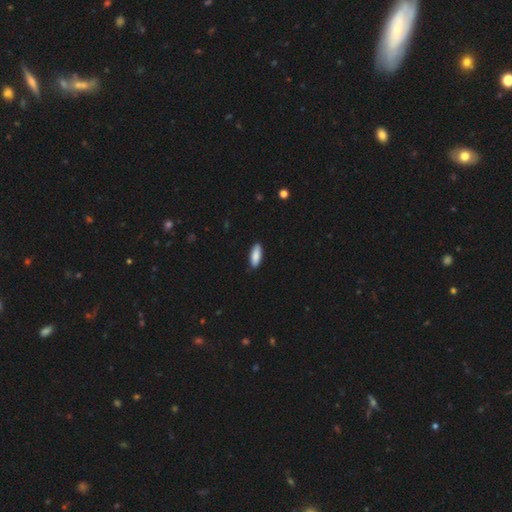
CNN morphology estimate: A smooth galaxy with no disk features (87%) that is in between round and cigar-shaped (72%).

Vote fractions:
- Smooth or featured? smooth: 87% / featured or disk: 7% / star or artifact: 6%
- How rounded? in between: 72% / cigar-shaped: 26% / round: 2%
- Merging? none: 89% / minor disturbance: 9% / major disturbance: 2% / merger: 1%